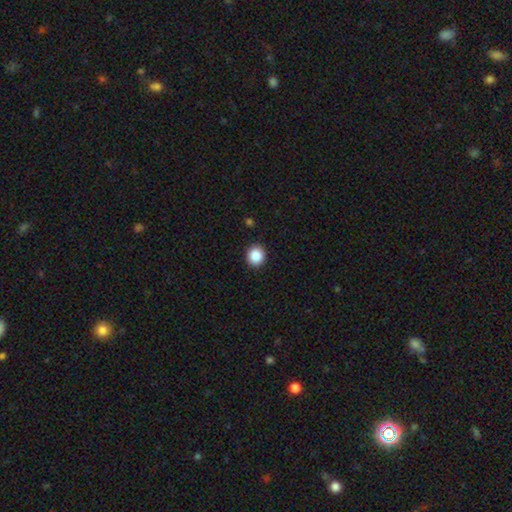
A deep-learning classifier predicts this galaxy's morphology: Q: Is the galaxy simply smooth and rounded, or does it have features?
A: smooth — 88%.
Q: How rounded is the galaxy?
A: round — 86%.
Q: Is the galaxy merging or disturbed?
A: none — 92%.